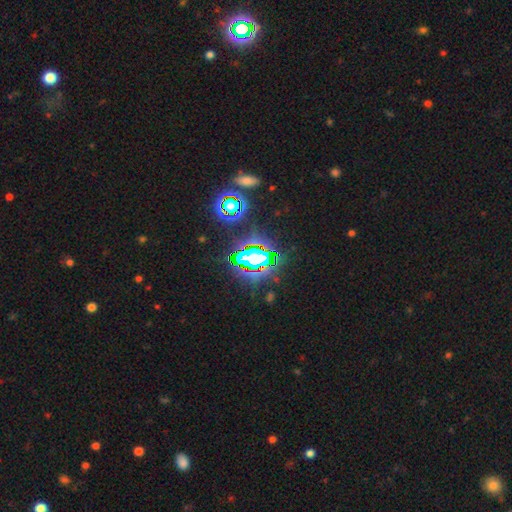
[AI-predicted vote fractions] A star or artifact, not a galaxy (80%).